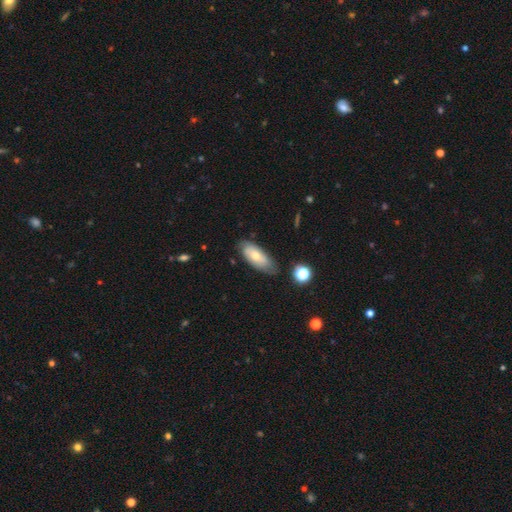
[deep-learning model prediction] Q: Smooth or featured?
A: smooth (63%); runner-up: featured or disk (30%)
Q: How rounded?
A: in between (82%); runner-up: cigar-shaped (16%)
Q: Merging?
A: none (72%); runner-up: minor disturbance (21%)